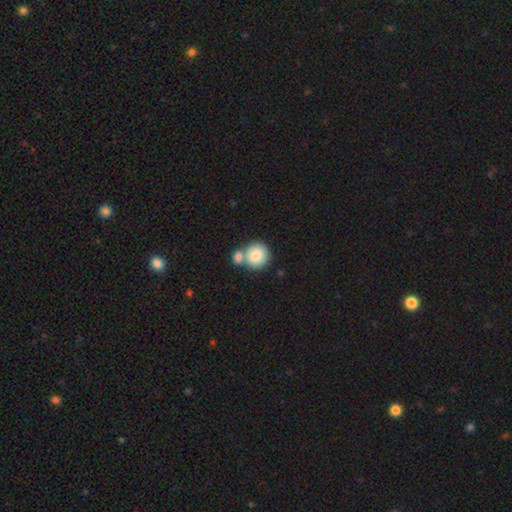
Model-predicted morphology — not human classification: Overall: smooth (80%). How rounded: round (88%). Merging: none (48%; merger 41%).